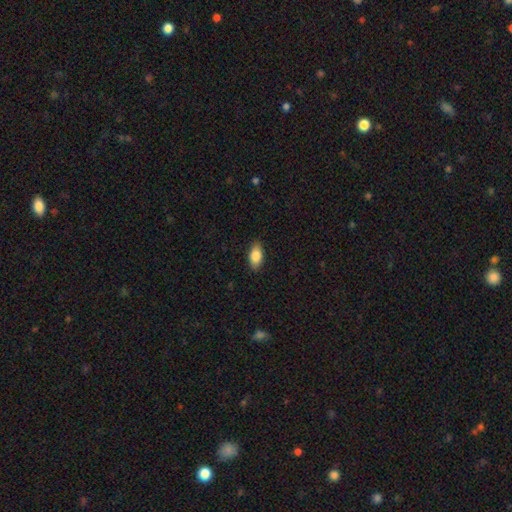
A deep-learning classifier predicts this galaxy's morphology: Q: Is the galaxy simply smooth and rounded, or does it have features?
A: smooth — 85%.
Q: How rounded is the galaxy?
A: in between — 90%.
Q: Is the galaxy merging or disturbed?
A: none — 87%.